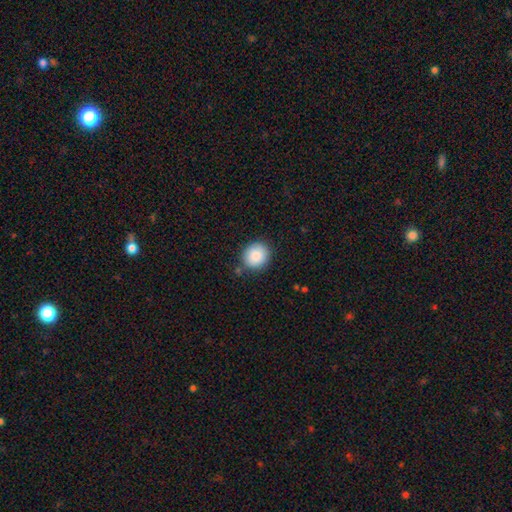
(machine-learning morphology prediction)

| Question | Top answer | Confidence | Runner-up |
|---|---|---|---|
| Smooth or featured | smooth | 87% | star or artifact (8%) |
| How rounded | round | 81% | in between (18%) |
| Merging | none | 84% | minor disturbance (11%) |